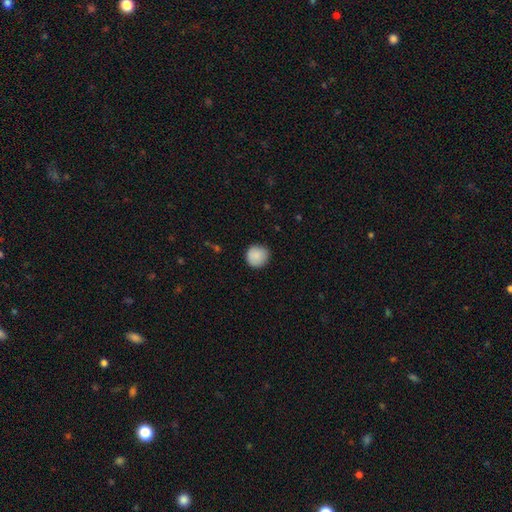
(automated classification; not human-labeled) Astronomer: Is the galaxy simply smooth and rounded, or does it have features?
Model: smooth — 89%.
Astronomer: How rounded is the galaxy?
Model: round — 93%.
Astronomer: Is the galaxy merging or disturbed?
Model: none — 88%.